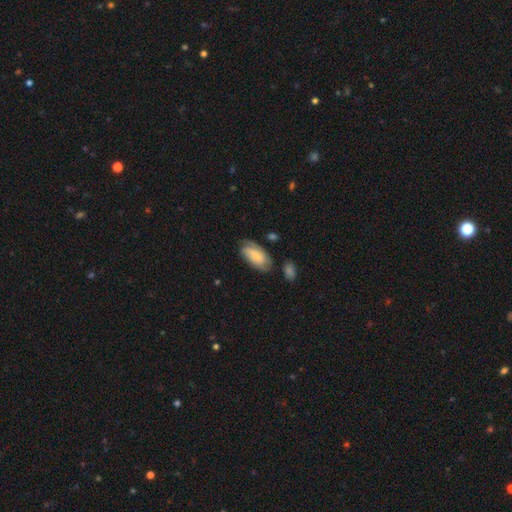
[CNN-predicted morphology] Q: Smooth or featured?
A: smooth (59%); runner-up: featured or disk (34%)
Q: How rounded?
A: in between (92%); runner-up: cigar-shaped (5%)
Q: Merging?
A: none (64%); runner-up: minor disturbance (24%)